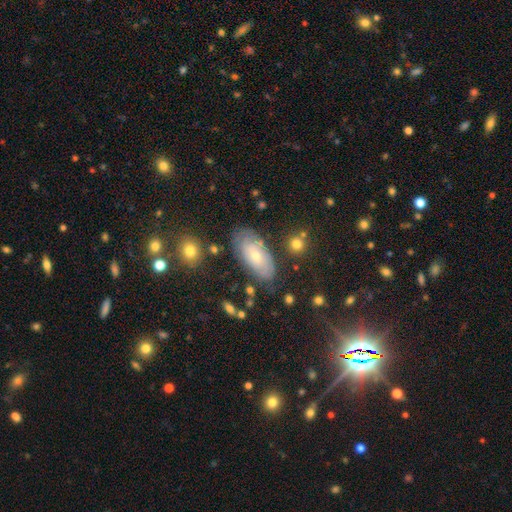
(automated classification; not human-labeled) Q: Smooth or featured?
A: featured or disk (52%); runner-up: smooth (39%)
Q: Edge-on disk?
A: no (89%); runner-up: yes (11%)
Q: Merging?
A: none (73%); runner-up: minor disturbance (18%)